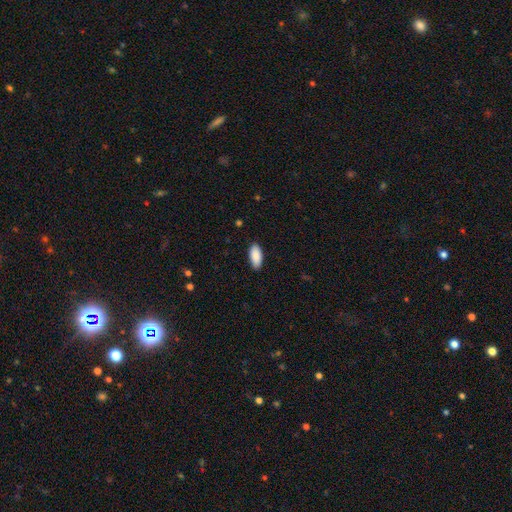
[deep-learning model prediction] The model was most divided on "merging": none: 88%, minor disturbance: 10%, major disturbance: 2%, merger: 1%. More confident: smooth or featured — smooth (90%); how rounded — in between (89%).